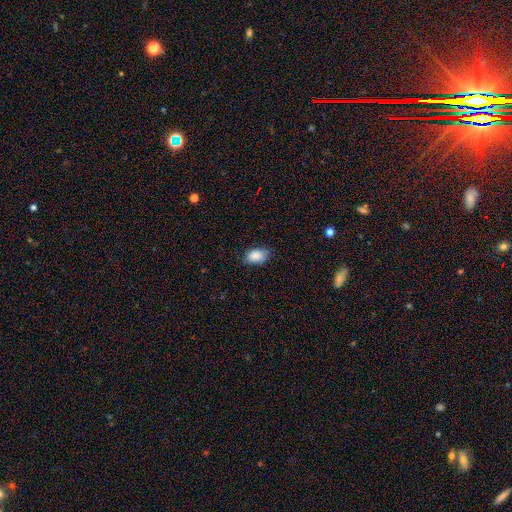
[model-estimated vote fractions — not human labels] A smooth galaxy with no disk features (87%) that is in between round and cigar-shaped (89%). Merging: none (77%).